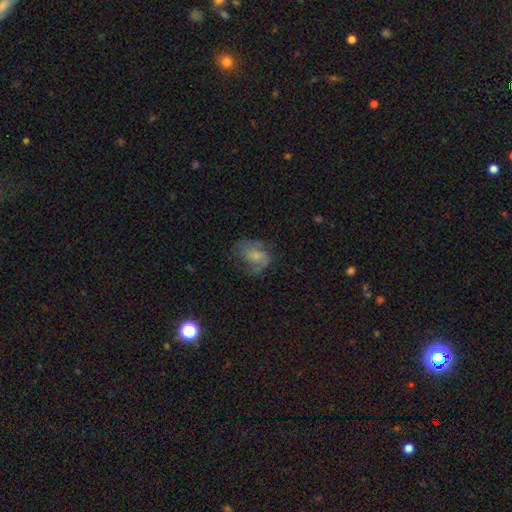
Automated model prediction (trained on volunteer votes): Overall: featured or disk (51%; smooth 40%). Edge-on disk: no (97%). Merging: none (53%; minor disturbance 26%).